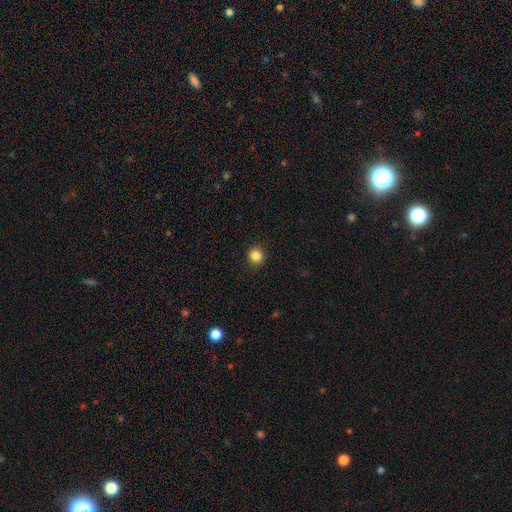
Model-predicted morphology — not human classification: A smooth galaxy with no disk features (86%) that is round (88%). Merging: none (90%).